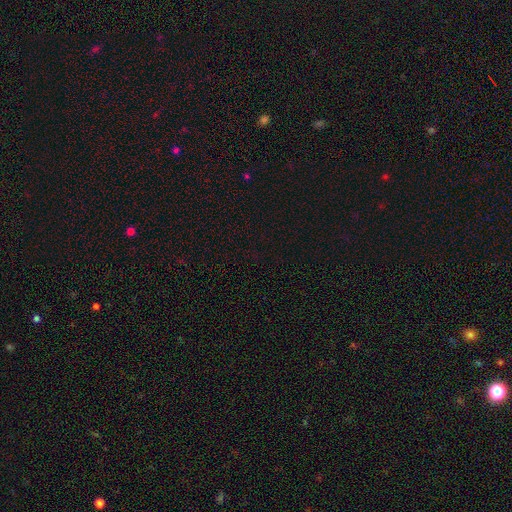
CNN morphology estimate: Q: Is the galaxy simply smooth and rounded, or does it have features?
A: star or artifact — 72%.